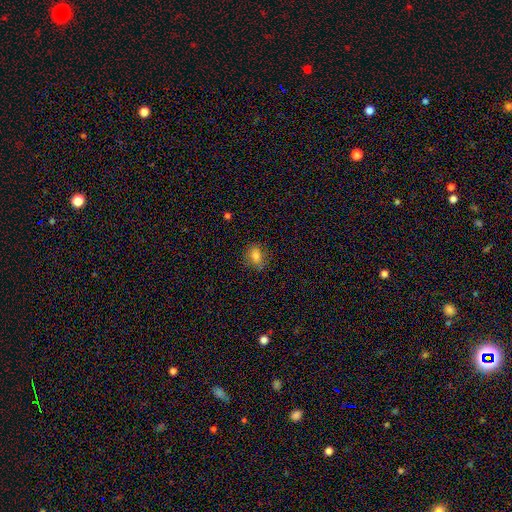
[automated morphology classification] A smooth galaxy with no disk features (78%) that is in between round and cigar-shaped (65%). Merging: none (75%).